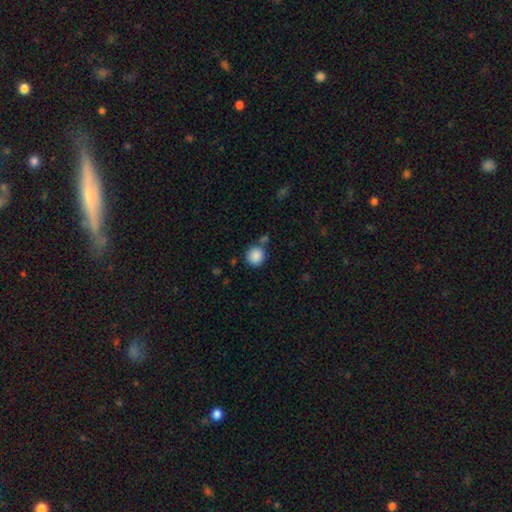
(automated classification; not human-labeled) A smooth galaxy with no disk features (88%) that is round (90%). Merging: none (75%).